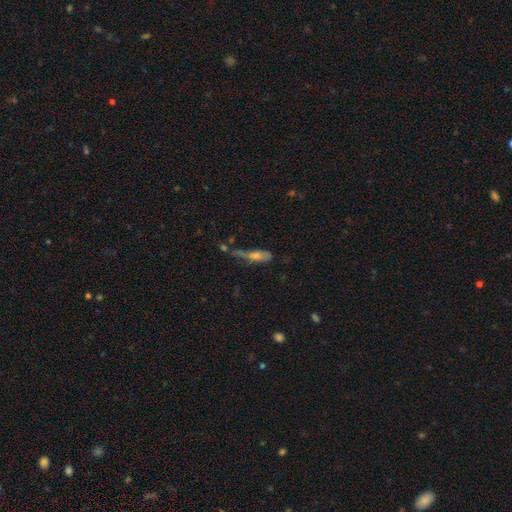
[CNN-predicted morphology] Smooth or featured?
  - smooth: 54% *
  - featured or disk: 32%
  - star or artifact: 14%
How rounded?
  - cigar-shaped: 60% *
  - in between: 37%
  - round: 3%
Merging?
  - none: 35% *
  - minor disturbance: 27%
  - major disturbance: 22%
  - merger: 16%